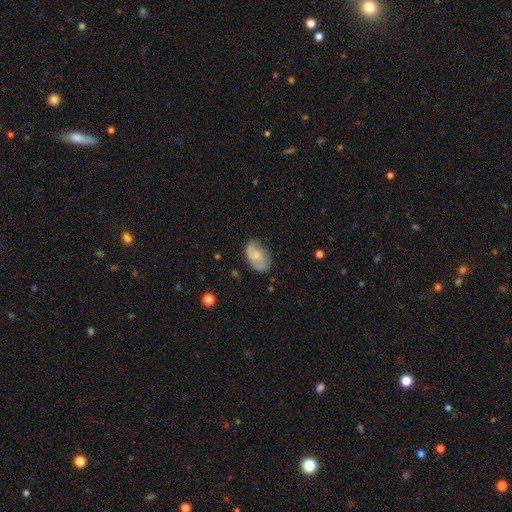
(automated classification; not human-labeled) Smooth or featured: smooth — 59% (featured or disk — 34%)
How rounded: in between — 90% (round — 8%)
Merging: none — 65% (minor disturbance — 26%)